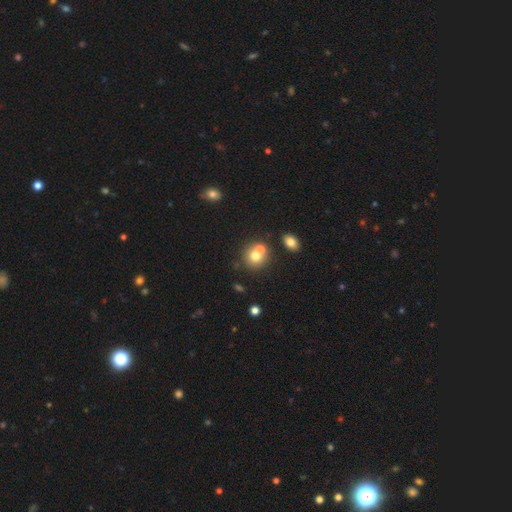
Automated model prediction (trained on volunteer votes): smooth_or_featured: smooth (p=0.69) [alt: featured or disk p=0.18]
how_rounded: round (p=0.83) [alt: in between p=0.16]
merging: none (p=0.47) [alt: merger p=0.42]